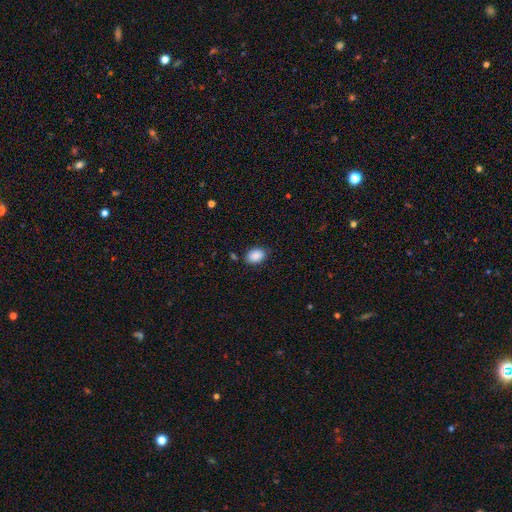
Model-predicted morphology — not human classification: Smooth or featured? Predicted: smooth (p=0.89). How rounded? Predicted: in between (p=0.79). Merging? Predicted: none (p=0.82).